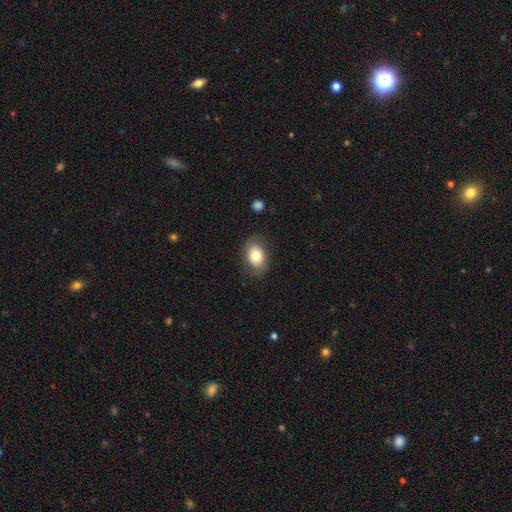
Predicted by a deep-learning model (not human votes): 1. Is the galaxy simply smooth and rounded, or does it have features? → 79% smooth, 13% featured or disk, 8% star or artifact.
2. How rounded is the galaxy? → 78% in between, 21% round, 1% cigar-shaped.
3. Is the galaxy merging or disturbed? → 81% none, 14% minor disturbance, 4% major disturbance, 1% merger.